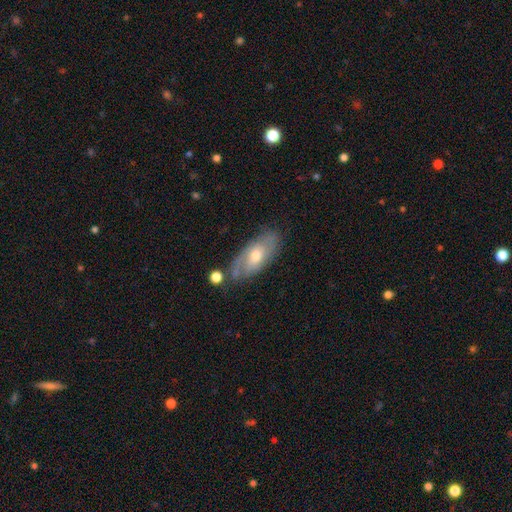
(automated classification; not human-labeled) Smooth or featured? Predicted: featured or disk (p=0.52). Edge-on disk? Predicted: no (p=0.84). Merging? Predicted: none (p=0.62).